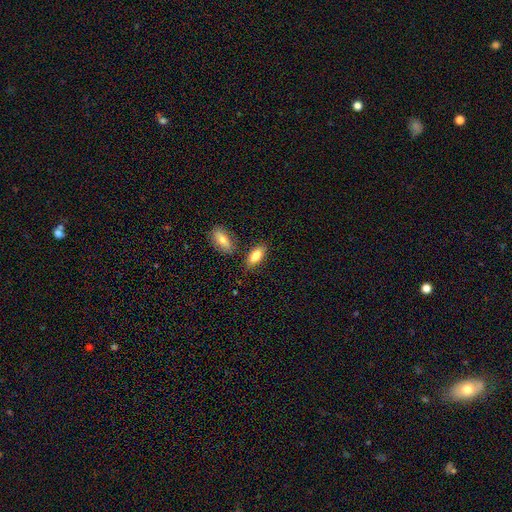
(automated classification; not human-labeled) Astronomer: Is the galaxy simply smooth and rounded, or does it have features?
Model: smooth — 83%.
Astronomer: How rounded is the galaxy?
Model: in between — 83%.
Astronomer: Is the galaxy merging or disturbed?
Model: none — 74%.